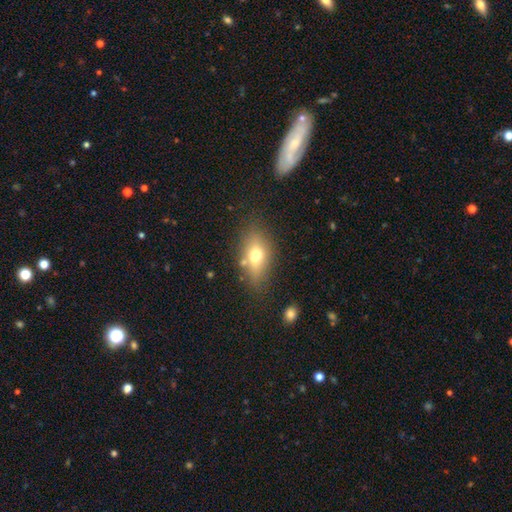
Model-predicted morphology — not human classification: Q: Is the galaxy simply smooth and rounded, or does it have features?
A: smooth — 67%.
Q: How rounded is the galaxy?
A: in between — 81%.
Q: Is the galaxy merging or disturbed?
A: none — 66%.